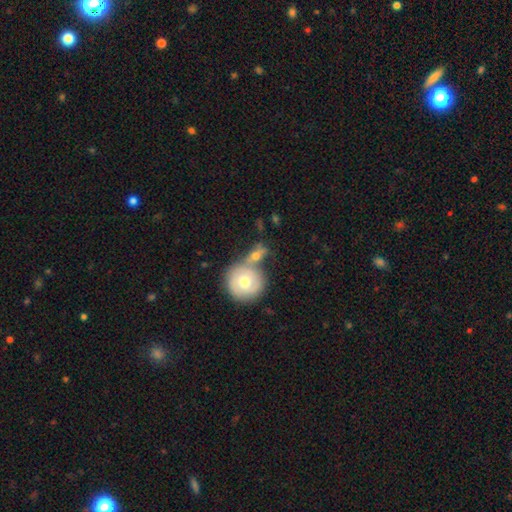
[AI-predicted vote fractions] A smooth galaxy with no disk features (56%) that is round (63%). Merging: none (42%).